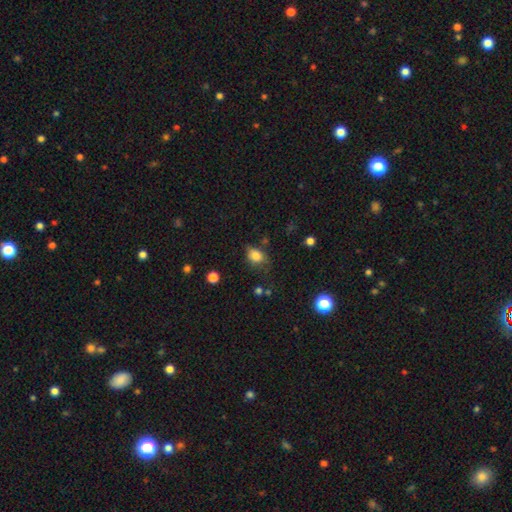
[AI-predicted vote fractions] Smooth or featured?
  - smooth: 82% *
  - star or artifact: 11%
  - featured or disk: 8%
How rounded?
  - in between: 57% *
  - round: 41%
  - cigar-shaped: 1%
Merging?
  - none: 56% *
  - minor disturbance: 30%
  - major disturbance: 10%
  - merger: 3%